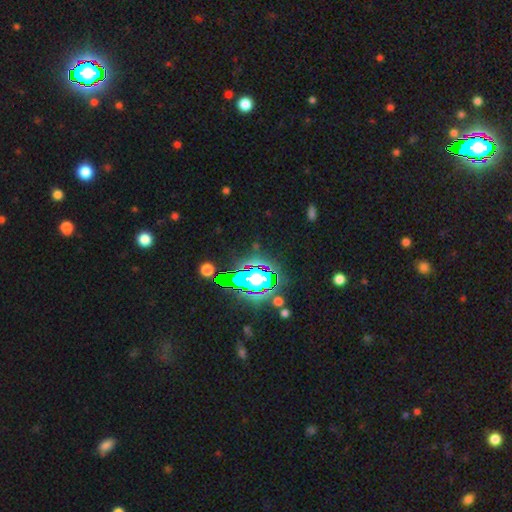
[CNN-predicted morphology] Smooth or featured? star or artifact (78%)